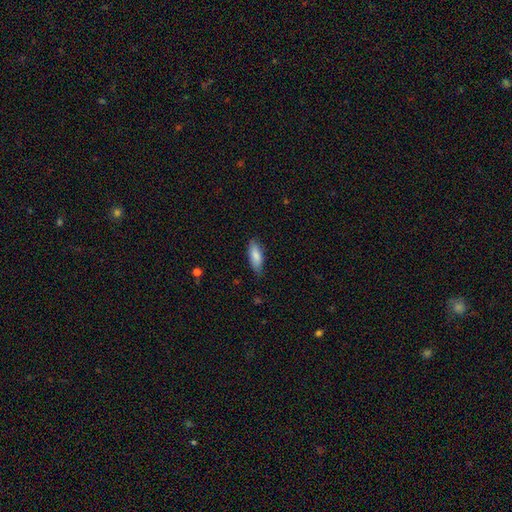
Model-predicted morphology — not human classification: smooth_or_featured: smooth (p=0.84) [alt: featured or disk p=0.10]
how_rounded: in between (p=0.72) [alt: cigar-shaped p=0.27]
merging: none (p=0.79) [alt: minor disturbance p=0.17]